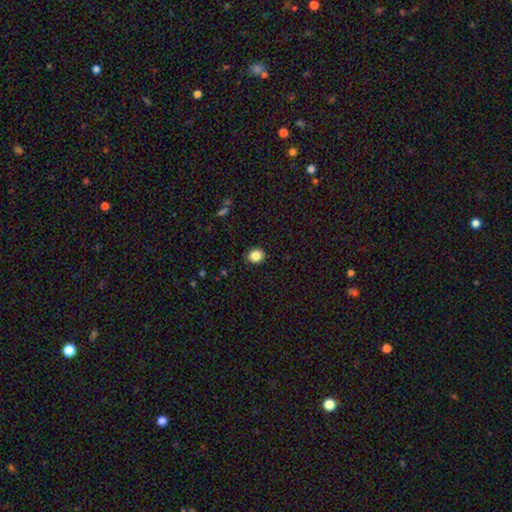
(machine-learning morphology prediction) A smooth galaxy with no disk features (85%) that is round (77%).

Vote fractions:
- Smooth or featured? smooth: 85% / star or artifact: 10% / featured or disk: 4%
- How rounded? round: 77% / in between: 22% / cigar-shaped: 1%
- Merging? none: 91% / minor disturbance: 6% / major disturbance: 2% / merger: 1%